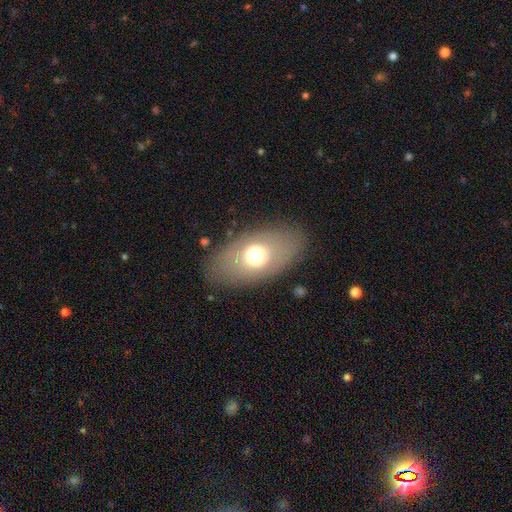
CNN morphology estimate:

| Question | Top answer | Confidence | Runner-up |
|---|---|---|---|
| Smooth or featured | smooth | 63% | featured or disk (27%) |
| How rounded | in between | 85% | round (13%) |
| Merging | none | 82% | minor disturbance (11%) |